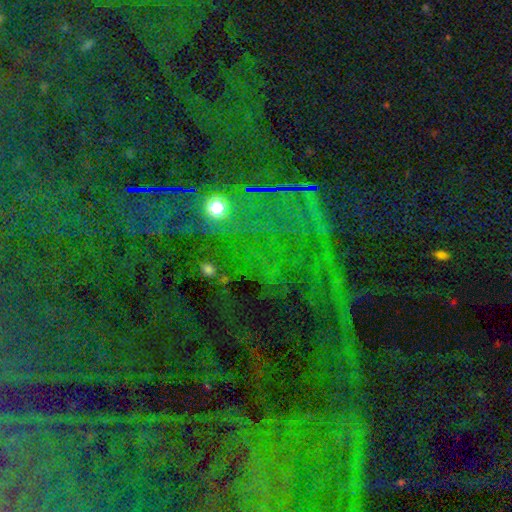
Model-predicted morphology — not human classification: This is clearly a star or artifact rather than a galaxy (82%).